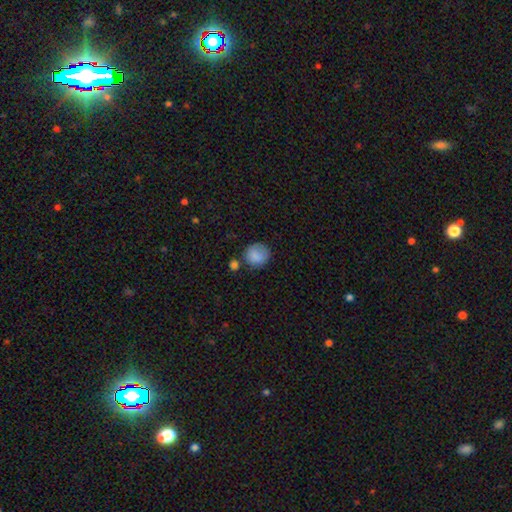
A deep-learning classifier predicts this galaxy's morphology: A smooth galaxy with no disk features (85%) that is round (85%). Merging: none (65%).